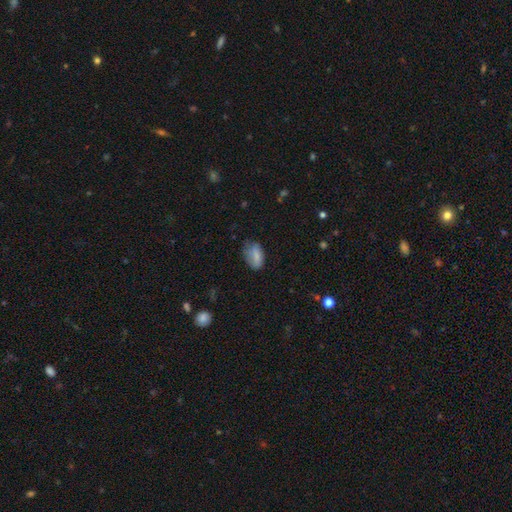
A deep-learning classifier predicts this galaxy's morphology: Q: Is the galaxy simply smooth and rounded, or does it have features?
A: smooth — 80%.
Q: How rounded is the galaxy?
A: in between — 91%.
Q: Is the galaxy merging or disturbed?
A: none — 55%.